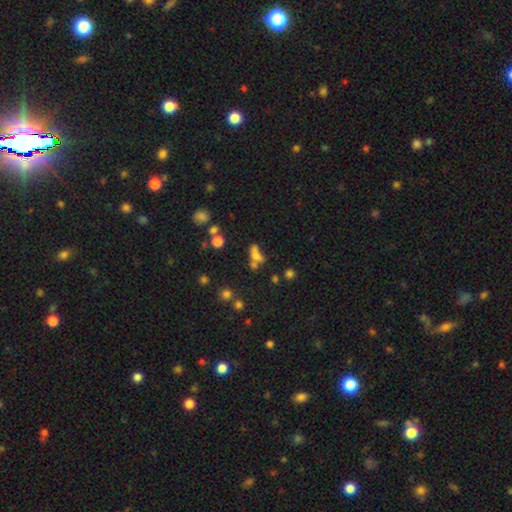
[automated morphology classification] Smooth or featured? smooth (56%)
How rounded? in between (54%)
Merging? merger (38%)